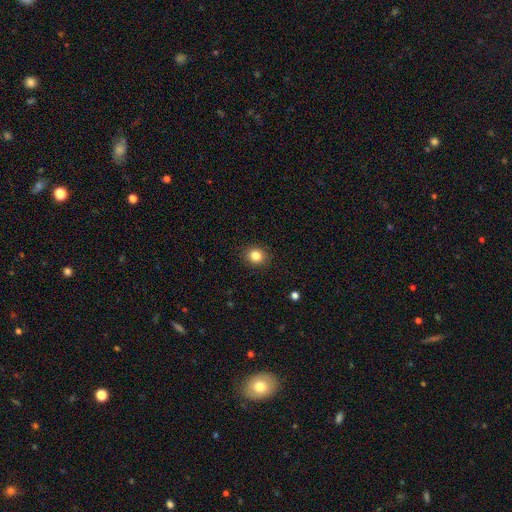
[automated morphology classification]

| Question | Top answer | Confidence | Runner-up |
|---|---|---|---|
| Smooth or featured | smooth | 84% | star or artifact (11%) |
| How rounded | round | 77% | in between (22%) |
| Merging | none | 90% | minor disturbance (7%) |